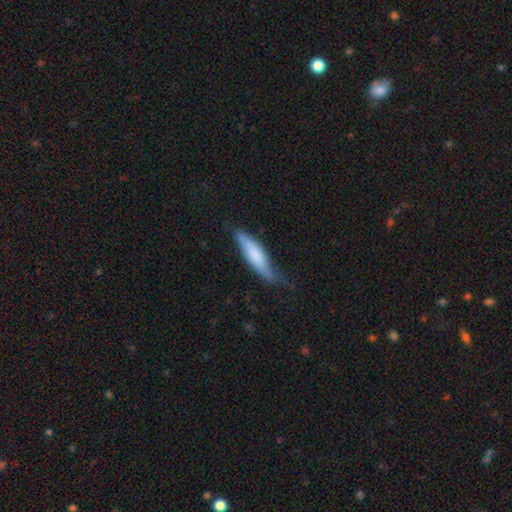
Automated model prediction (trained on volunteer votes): This appears to be a smooth galaxy with no disk features (63%) that is cigar-shaped (72%). Merging: none (53%).